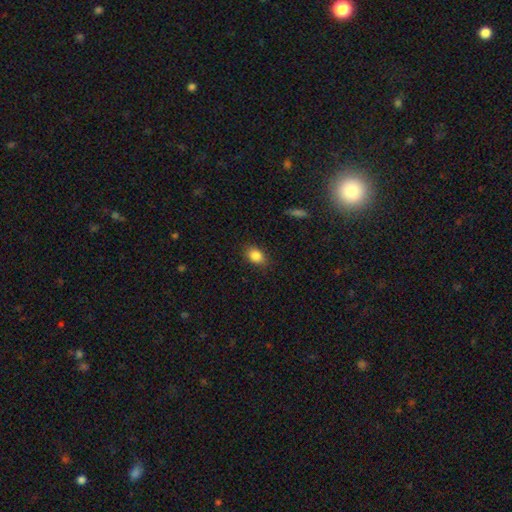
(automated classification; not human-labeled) A smooth galaxy with no disk features (86%) that is in between round and cigar-shaped (73%). Merging: none (85%).